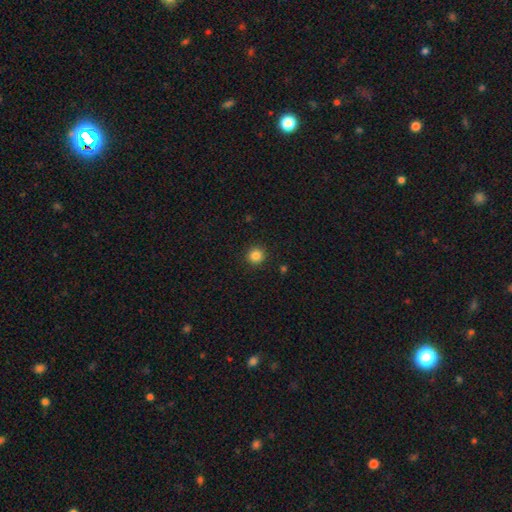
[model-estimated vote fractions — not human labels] A smooth galaxy with no disk features (85%) that is round (93%).

Vote fractions:
- Smooth or featured? smooth: 85% / star or artifact: 11% / featured or disk: 4%
- How rounded? round: 93% / in between: 6% / cigar-shaped: 1%
- Merging? none: 92% / minor disturbance: 5% / major disturbance: 2% / merger: 1%